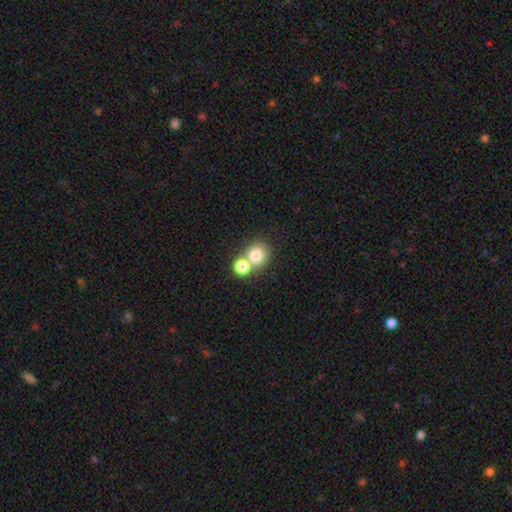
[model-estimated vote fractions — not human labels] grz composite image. It shows a smooth galaxy with no disk features (78%) that is round (85%). Merging: none (46%).